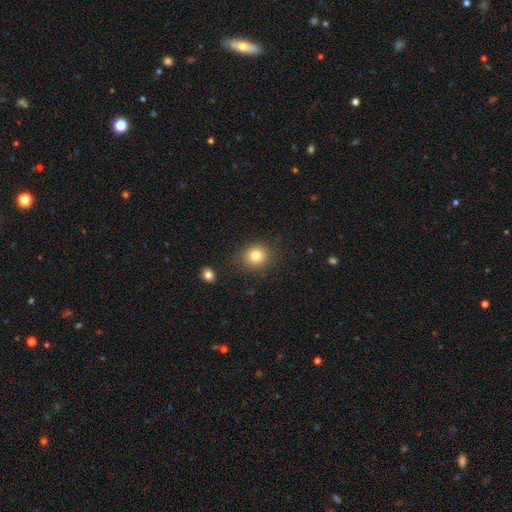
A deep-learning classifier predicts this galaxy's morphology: smooth 79%, star or artifact 12%, featured or disk 9%. Down the decision tree: how rounded — round (81%); merging — none (85%).